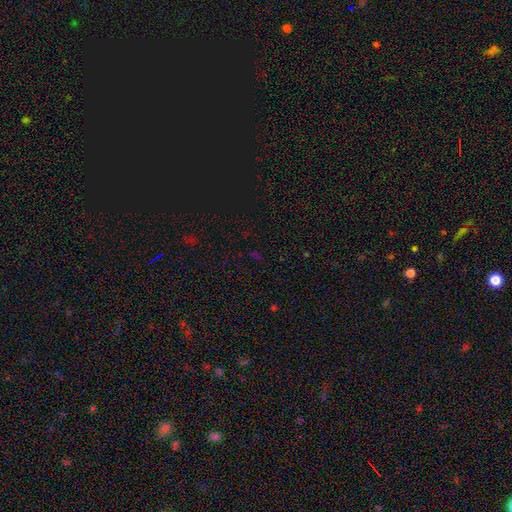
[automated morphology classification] smooth-or-featured: star or artifact: 68% | smooth: 23% | featured or disk: 8%